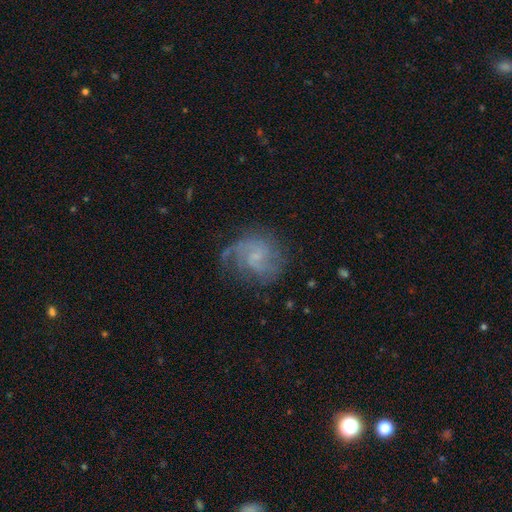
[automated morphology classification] type=featured or disk (75%); edge-on=no (98%); bar=no (48%); spiral arms=yes (91%); winding=medium (44%); arm count=2 (40%); bulge=small (58%); merging=none (60%).